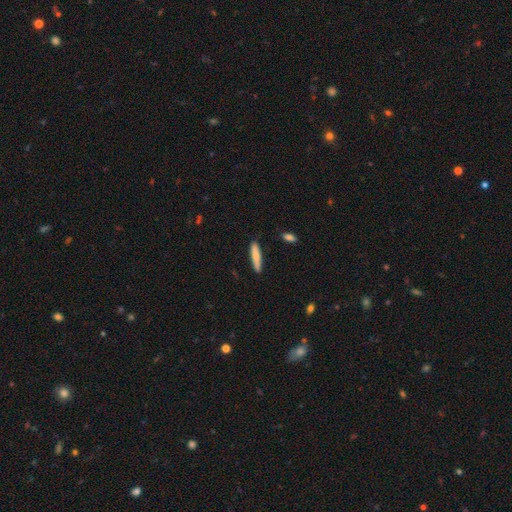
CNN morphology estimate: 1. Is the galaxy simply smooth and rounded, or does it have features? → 81% smooth, 13% featured or disk, 6% star or artifact.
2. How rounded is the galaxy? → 89% cigar-shaped, 10% in between, 1% round.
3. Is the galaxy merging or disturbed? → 86% none, 10% minor disturbance, 2% merger, 2% major disturbance.